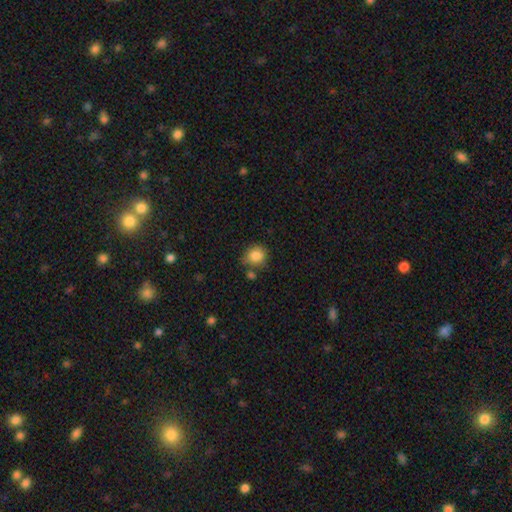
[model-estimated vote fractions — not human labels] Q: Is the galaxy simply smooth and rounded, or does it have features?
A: smooth — 84%.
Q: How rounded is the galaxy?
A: round — 82%.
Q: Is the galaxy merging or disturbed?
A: none — 69%.